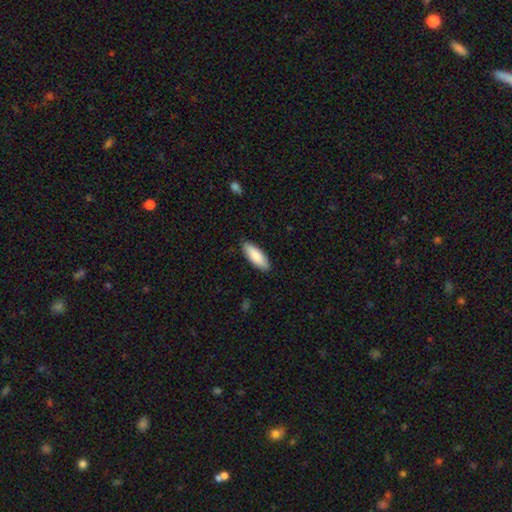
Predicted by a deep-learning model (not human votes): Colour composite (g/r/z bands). It shows a smooth galaxy with no disk features (88%) that is in between round and cigar-shaped (69%). Merging: none (88%).